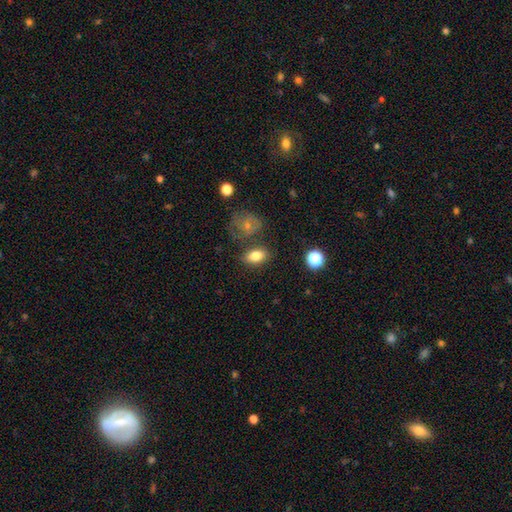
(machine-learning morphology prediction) A smooth galaxy with no disk features (82%) that is in between round and cigar-shaped (84%).

Vote fractions:
- Smooth or featured? smooth: 82% / star or artifact: 9% / featured or disk: 9%
- How rounded? in between: 84% / round: 13% / cigar-shaped: 3%
- Merging? none: 77% / minor disturbance: 12% / merger: 7% / major disturbance: 4%